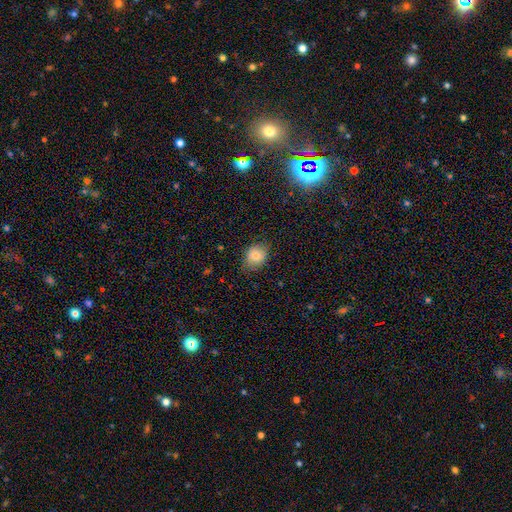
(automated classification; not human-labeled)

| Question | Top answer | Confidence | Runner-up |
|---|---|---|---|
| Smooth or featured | smooth | 82% | featured or disk (9%) |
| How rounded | round | 52% | in between (47%) |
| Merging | none | 77% | minor disturbance (18%) |